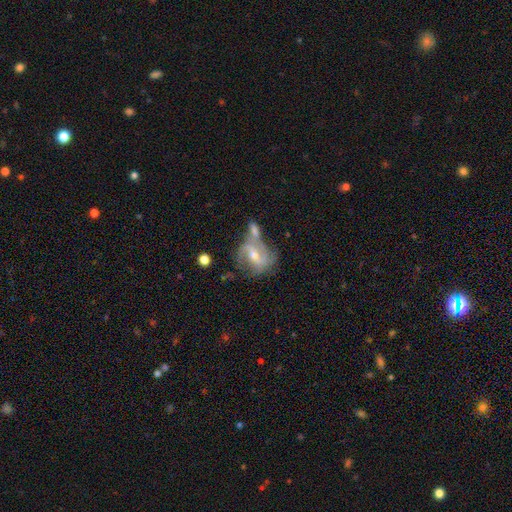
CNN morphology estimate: This appears to be a featured or disk galaxy (80%) with a weak bar (48%), 2 (59%) medium (47%) spiral arms (90%) and a moderate central bulge (58%). Merging: none (36%).